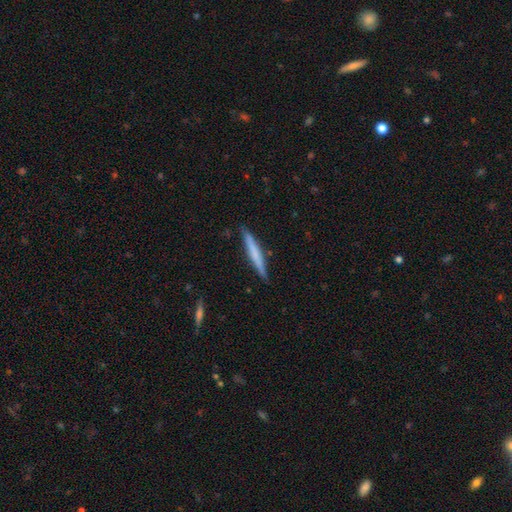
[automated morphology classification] Smooth or featured? Predicted: smooth (p=0.57). How rounded? Predicted: cigar-shaped (p=0.96). Merging? Predicted: none (p=0.89).